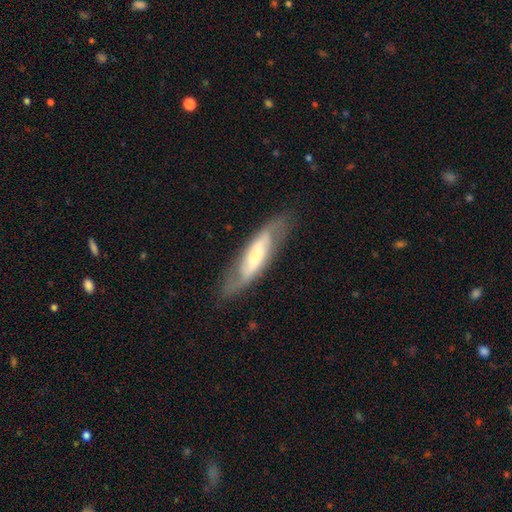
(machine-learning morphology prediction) Smooth or featured?
  - featured or disk: 63% *
  - smooth: 31%
  - star or artifact: 6%
Edge-on disk?
  - no: 70% *
  - yes: 30%
Merging?
  - none: 75% *
  - minor disturbance: 17%
  - major disturbance: 6%
  - merger: 1%